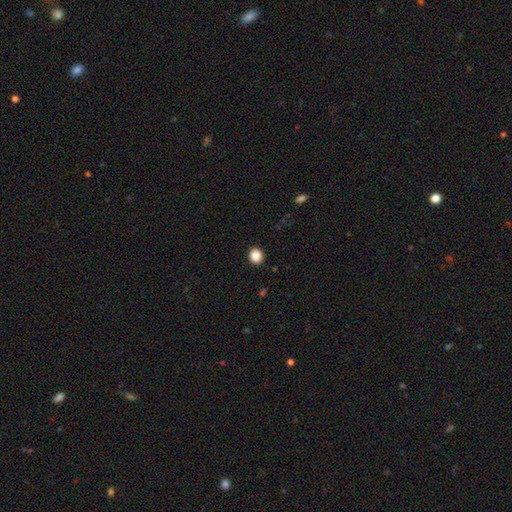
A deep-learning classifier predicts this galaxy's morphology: smooth 86%, star or artifact 10%, featured or disk 3%. Down the decision tree: how rounded — round (81%); merging — none (93%).